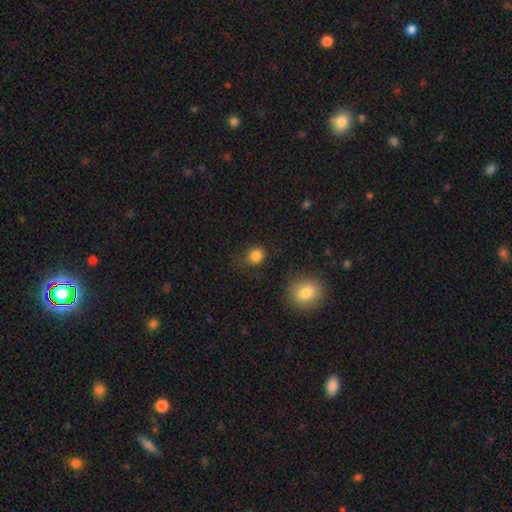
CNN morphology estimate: This is clearly a smooth galaxy (84%). How rounded: likely round (79%). Merging: likely none (77%).